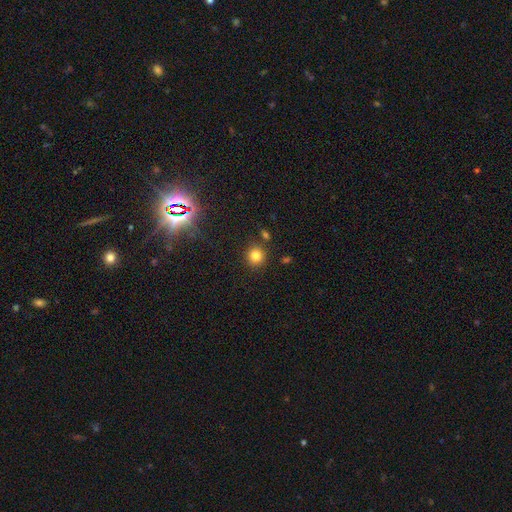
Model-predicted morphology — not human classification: Q: Smooth or featured?
A: smooth (80%); runner-up: star or artifact (14%)
Q: How rounded?
A: round (90%); runner-up: in between (9%)
Q: Merging?
A: none (83%); runner-up: minor disturbance (8%)